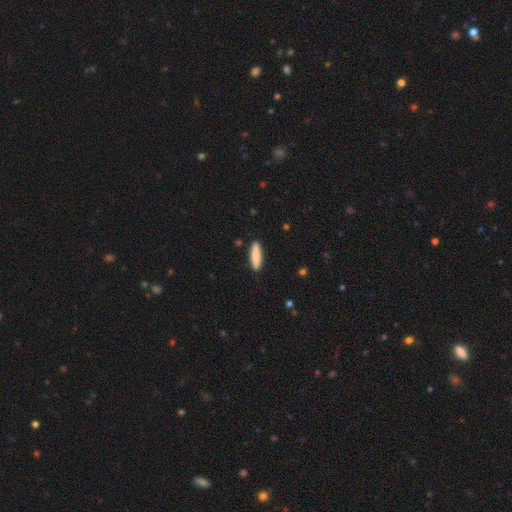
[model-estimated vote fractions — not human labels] smooth_or_featured: smooth (p=0.82) [alt: featured or disk p=0.12]
how_rounded: cigar-shaped (p=0.78) [alt: in between p=0.21]
merging: none (p=0.89) [alt: minor disturbance p=0.08]